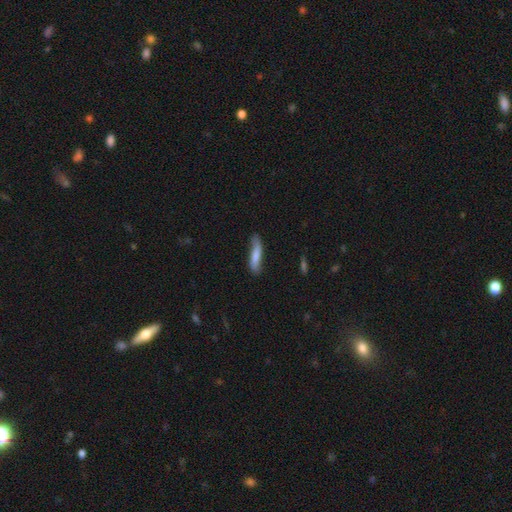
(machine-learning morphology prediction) The model was most divided on "merging": none: 66%, minor disturbance: 26%, major disturbance: 6%, merger: 2%. More confident: how rounded — cigar-shaped (83%); smooth or featured — smooth (73%).